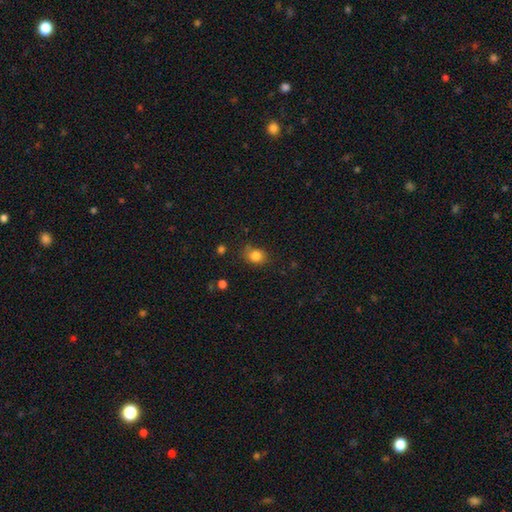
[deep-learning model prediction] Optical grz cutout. It shows a smooth galaxy with no disk features (83%) that is round (62%). Merging: none (73%).